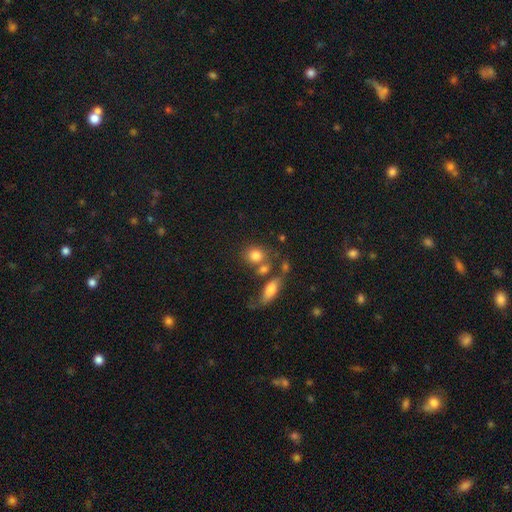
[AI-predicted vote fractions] smooth-or-featured: smooth: 79% | featured or disk: 11% | star or artifact: 10%
  how-rounded: round: 64% | in between: 33% | cigar-shaped: 2%
  merging: none: 53% | merger: 28% | minor disturbance: 13% | major disturbance: 6%